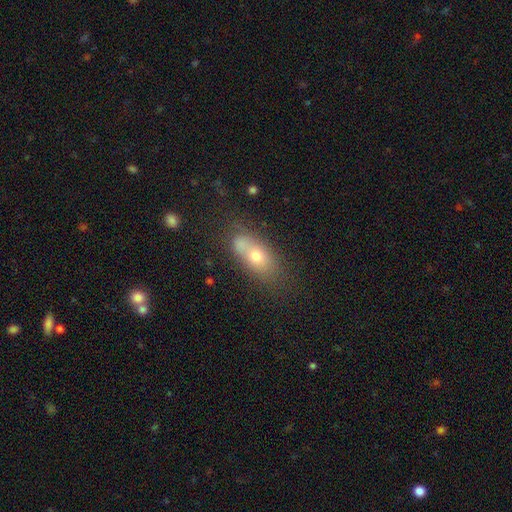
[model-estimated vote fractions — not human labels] Smooth or featured: smooth — 66% (featured or disk — 23%)
How rounded: in between — 81% (round — 11%)
Merging: none — 52% (minor disturbance — 20%)